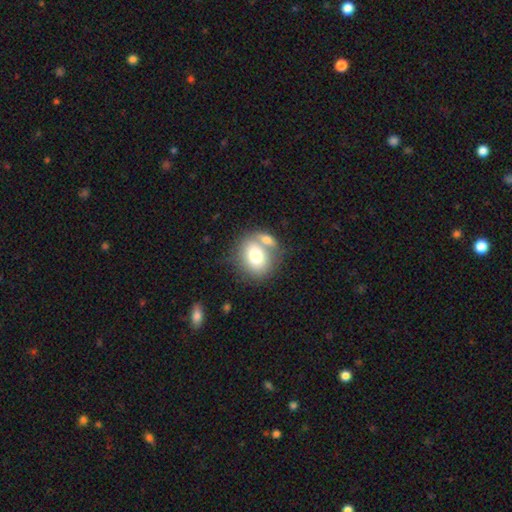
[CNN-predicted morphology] smooth 74%, featured or disk 18%, star or artifact 8%. Down the decision tree: how rounded — round (50%); merging — none (43%).